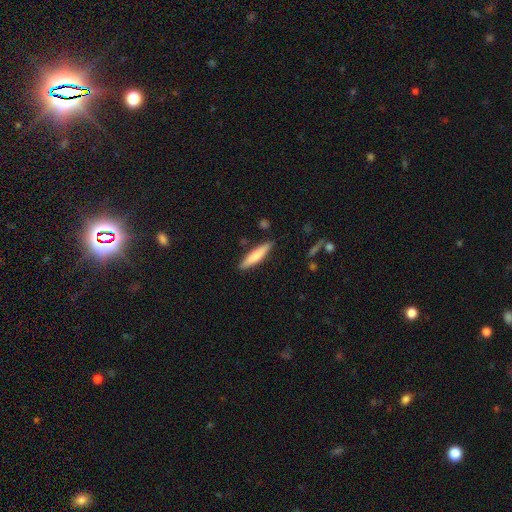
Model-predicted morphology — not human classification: A smooth galaxy with no disk features (74%) that is cigar-shaped (84%). Merging: none (86%).